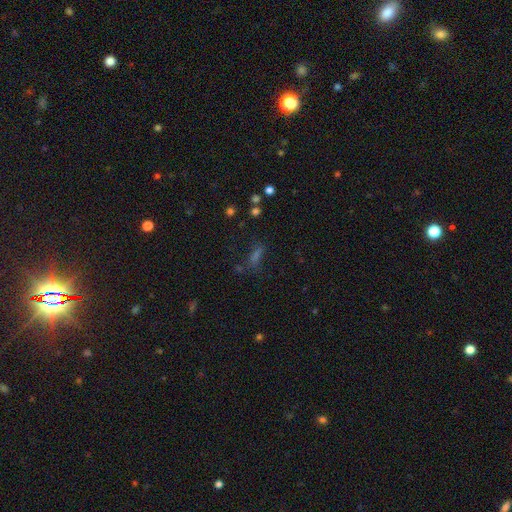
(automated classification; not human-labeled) This is possibly a smooth galaxy (45%). Merging: likely none (61%).